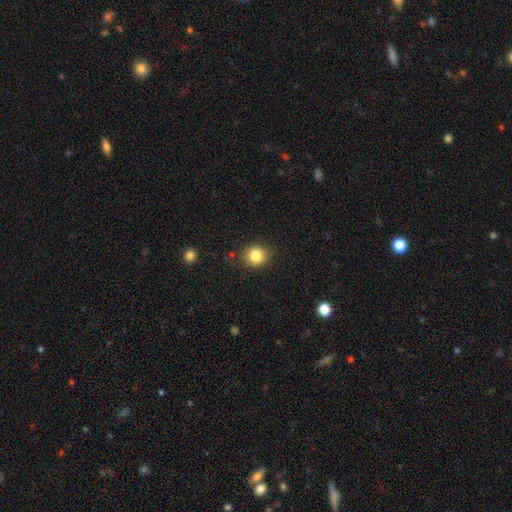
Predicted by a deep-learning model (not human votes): This is clearly a smooth galaxy (84%). How rounded: clearly round (85%). Merging: clearly none (87%).